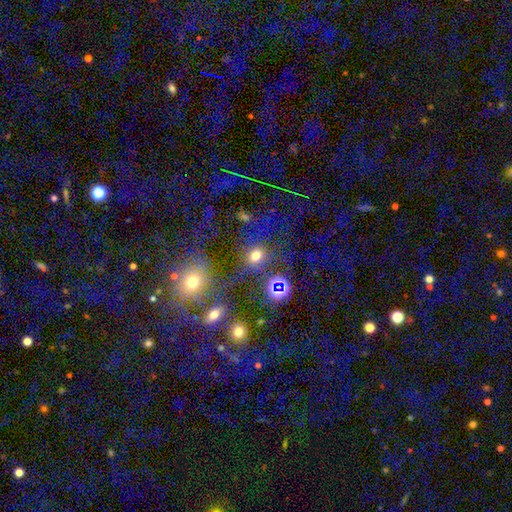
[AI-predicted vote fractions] Overall: smooth (61%; star or artifact 29%). How rounded: round (65%; in between 33%). Merging: none (65%).